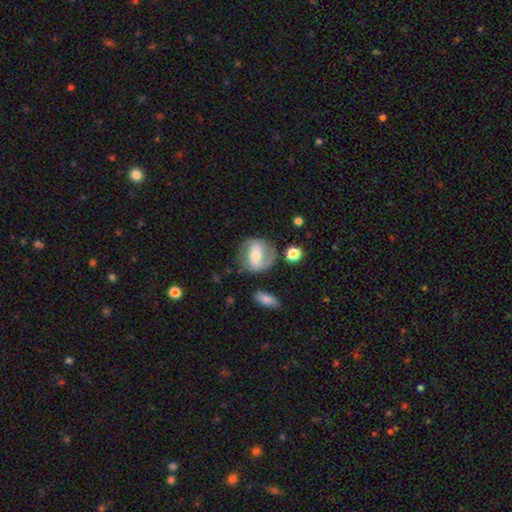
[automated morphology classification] Overall: featured or disk (65%; smooth 29%). Edge-on disk: no (96%). Bar: strong (39%; weak 35%). Spiral arms: yes (81%). Spiral arm count: 2 (79%). Spiral winding: medium (44%; loose 29%). Bulge size: moderate (52%; small 38%). Merging: none (70%).